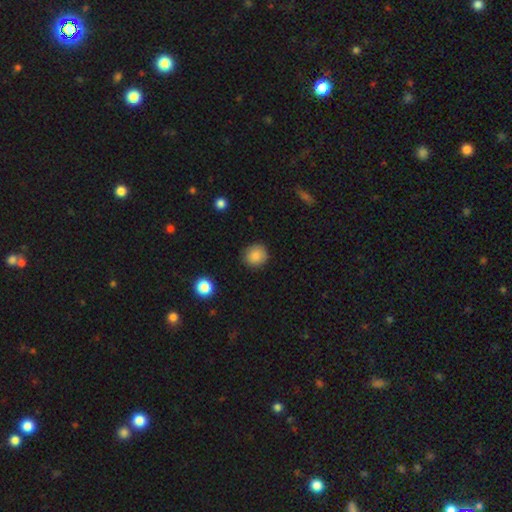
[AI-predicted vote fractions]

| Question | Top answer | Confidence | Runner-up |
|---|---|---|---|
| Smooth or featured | smooth | 86% | star or artifact (9%) |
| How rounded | round | 89% | in between (10%) |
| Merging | none | 89% | minor disturbance (8%) |